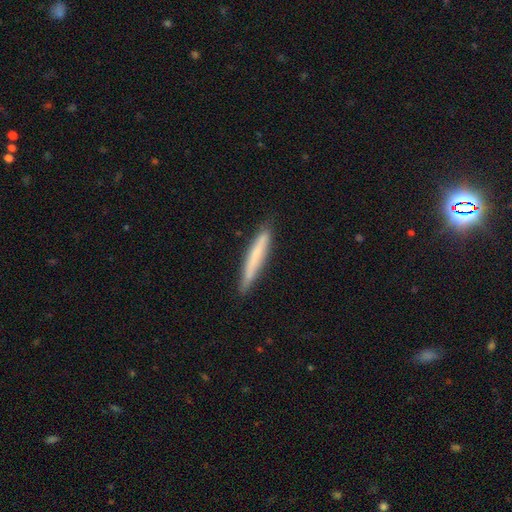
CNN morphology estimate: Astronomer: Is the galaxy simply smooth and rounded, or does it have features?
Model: smooth — 65%.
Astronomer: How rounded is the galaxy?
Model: cigar-shaped — 95%.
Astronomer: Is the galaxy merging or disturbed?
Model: none — 85%.